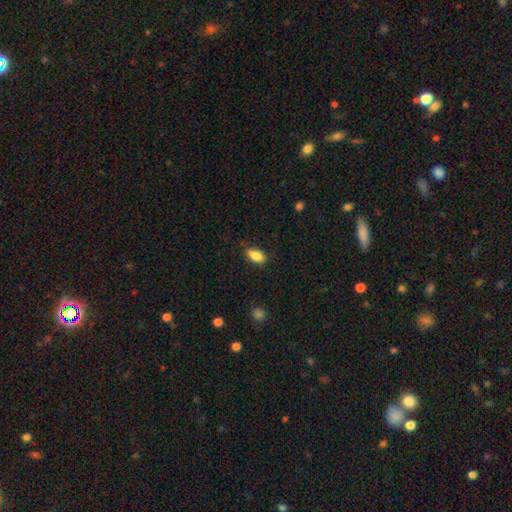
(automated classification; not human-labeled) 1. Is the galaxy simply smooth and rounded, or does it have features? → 86% smooth, 7% star or artifact, 7% featured or disk.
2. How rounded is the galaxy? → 88% in between, 9% cigar-shaped, 4% round.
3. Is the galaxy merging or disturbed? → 84% none, 12% minor disturbance, 3% major disturbance, 1% merger.